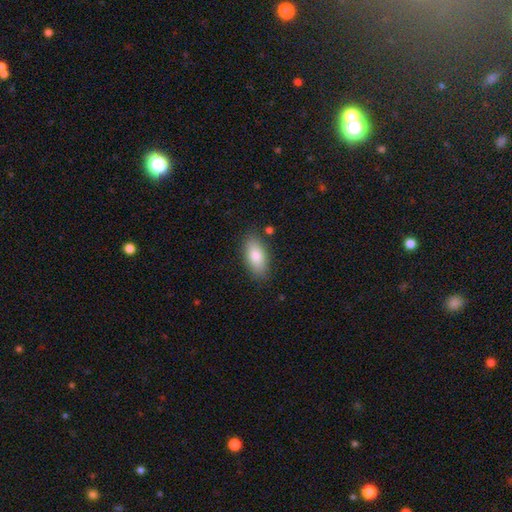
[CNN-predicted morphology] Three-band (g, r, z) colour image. It shows a smooth galaxy with no disk features (83%) that is in between round and cigar-shaped (88%). Merging: none (84%).